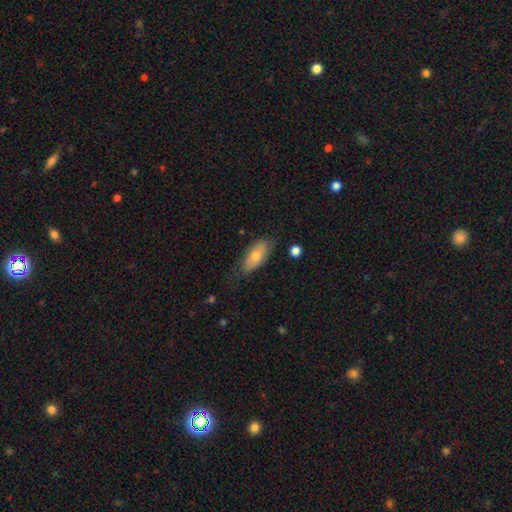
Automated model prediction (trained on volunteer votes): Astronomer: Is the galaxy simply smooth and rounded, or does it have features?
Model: smooth — 67%.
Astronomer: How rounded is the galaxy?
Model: in between — 83%.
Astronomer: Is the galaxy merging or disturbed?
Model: none — 68%.